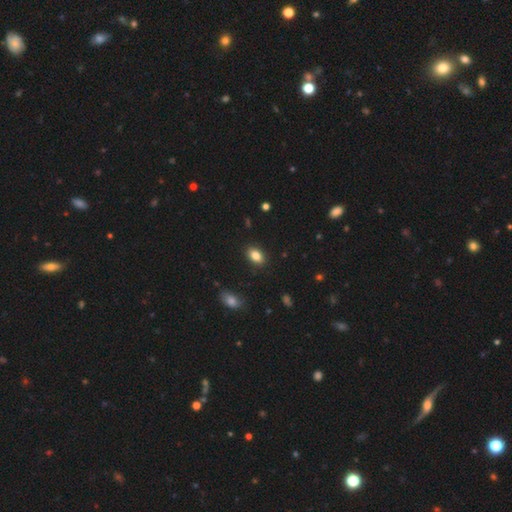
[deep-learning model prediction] Morphology: type=smooth (85%); roundness=in between (87%); merging=none (87%).